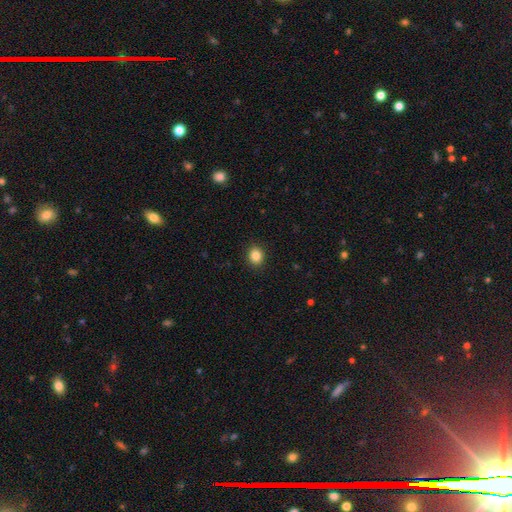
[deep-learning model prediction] smooth 85%, star or artifact 10%, featured or disk 4%. Down the decision tree: how rounded — round (69%); merging — none (91%).